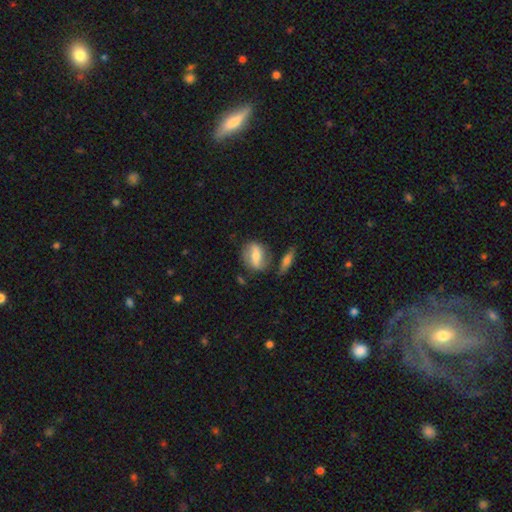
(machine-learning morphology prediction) A featured or disk galaxy (47%).

Vote fractions:
- Smooth or featured? featured or disk: 47% / smooth: 46% / star or artifact: 7%
- Merging? none: 67% / minor disturbance: 18% / merger: 9% / major disturbance: 7%